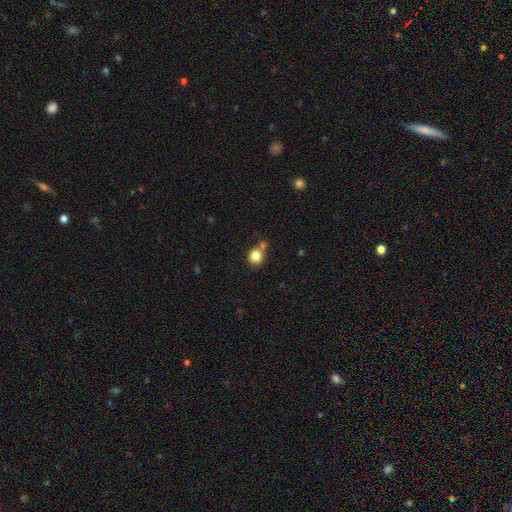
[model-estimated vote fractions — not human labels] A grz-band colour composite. It shows a smooth galaxy with no disk features (82%) that is round (78%). Merging: none (61%).